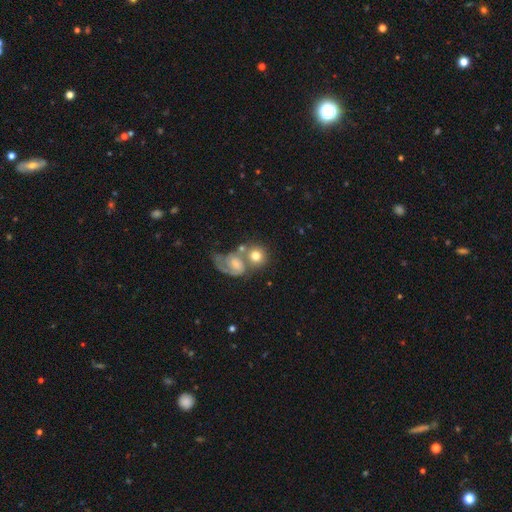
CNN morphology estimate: Overall: smooth (62%; featured or disk 29%). How rounded: round (79%). Merging: merger (45%; none 37%).